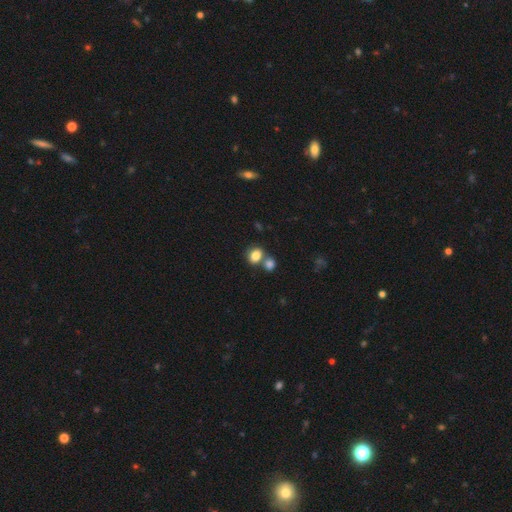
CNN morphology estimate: smooth 82%, star or artifact 10%, featured or disk 8%. Down the decision tree: how rounded — round (53%); merging — none (50%).